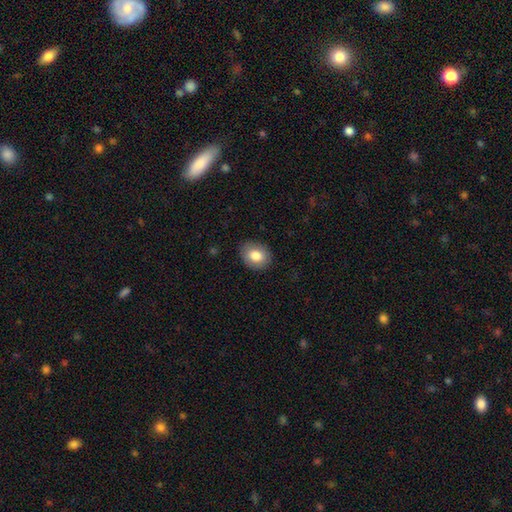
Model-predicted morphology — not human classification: The model was most divided on "how rounded": in between: 55%, round: 44%, cigar-shaped: 1%. More confident: merging — none (85%); smooth or featured — smooth (81%).